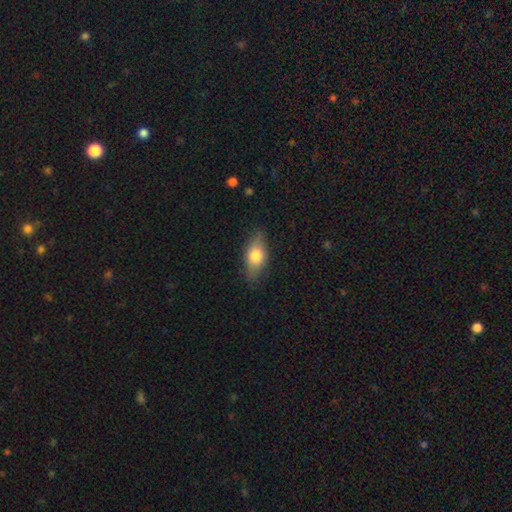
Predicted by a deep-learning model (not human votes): Smooth or featured: smooth — 71% (featured or disk — 22%)
How rounded: in between — 84% (cigar-shaped — 9%)
Merging: none — 79% (minor disturbance — 17%)